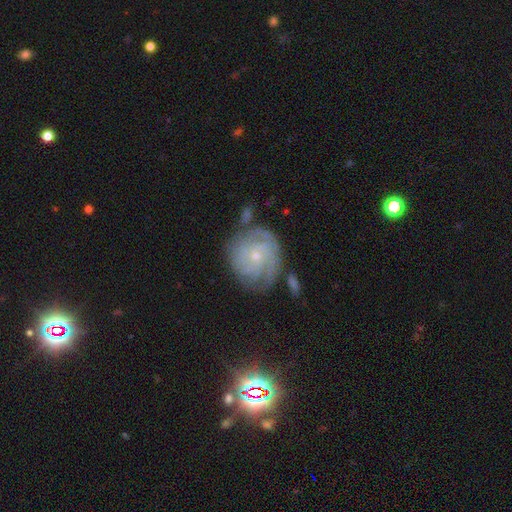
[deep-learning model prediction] Q: Smooth or featured?
A: featured or disk (77%); runner-up: smooth (16%)
Q: Edge-on disk?
A: no (98%); runner-up: yes (2%)
Q: Bar?
A: no (78%); runner-up: weak (19%)
Q: Spiral arms?
A: yes (90%); runner-up: no (10%)
Q: Spiral winding?
A: tight (67%); runner-up: medium (25%)
Q: Spiral arm count?
A: can't tell (38%); runner-up: 3 (21%)
Q: Bulge size?
A: small (81%); runner-up: moderate (16%)
Q: Merging?
A: none (60%); runner-up: minor disturbance (22%)